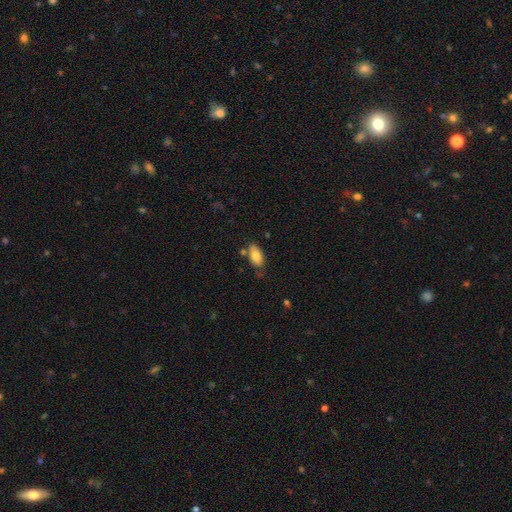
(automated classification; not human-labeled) smooth-or-featured: smooth: 80% | featured or disk: 13% | star or artifact: 7%
  how-rounded: in between: 91% | cigar-shaped: 5% | round: 3%
  merging: none: 64% | minor disturbance: 22% | merger: 9% | major disturbance: 5%